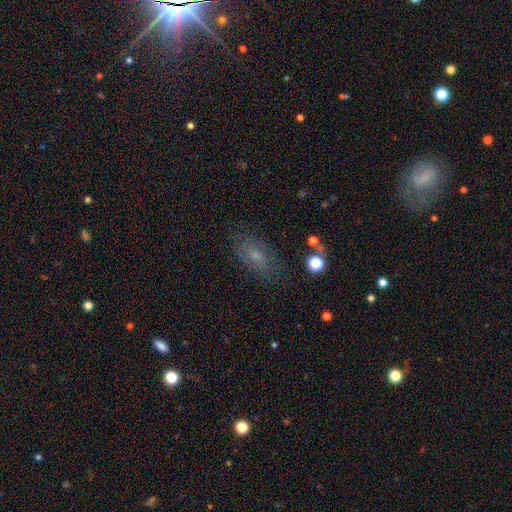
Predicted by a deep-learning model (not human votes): Morphology: type=smooth (53%); roundness=in between (82%); merging=none (74%).